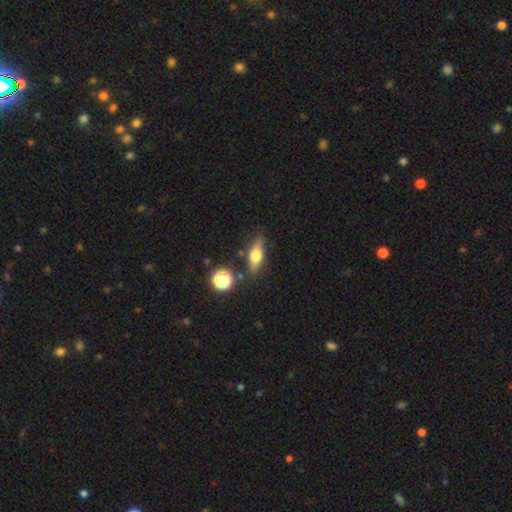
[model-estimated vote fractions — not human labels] Smooth or featured? Predicted: smooth (p=0.56). How rounded? Predicted: in between (p=0.55). Merging? Predicted: none (p=0.79).